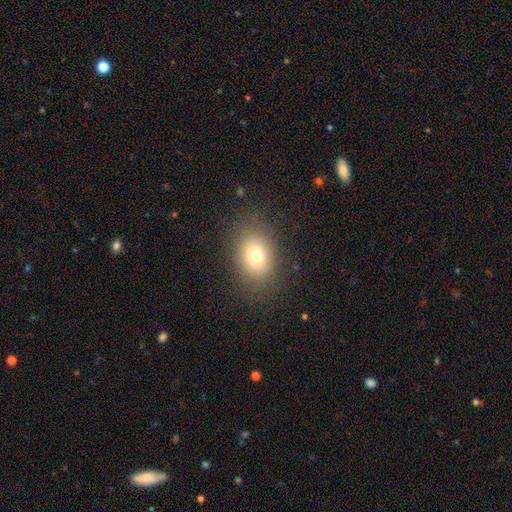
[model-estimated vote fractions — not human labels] This appears to be a smooth galaxy with no disk features (73%) that is in between round and cigar-shaped (61%). Merging: none (84%).